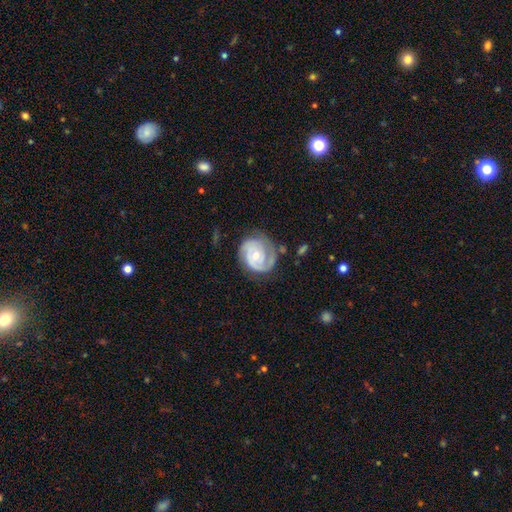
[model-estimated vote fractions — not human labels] featured or disk 80%, smooth 15%, star or artifact 5%. Down the decision tree: edge-on disk — no (98%); bar — no (71%); spiral arms — yes (93%); spiral arm count — 2 (47%); spiral winding — tight (62%); bulge size — moderate (48%, tied with small); merging — none (63%).